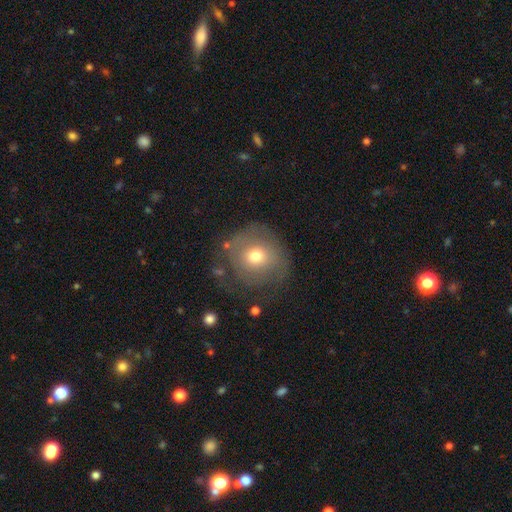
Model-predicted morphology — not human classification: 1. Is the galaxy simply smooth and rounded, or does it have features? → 61% smooth, 29% featured or disk, 10% star or artifact.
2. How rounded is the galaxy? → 88% round, 11% in between, 1% cigar-shaped.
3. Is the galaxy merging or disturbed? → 60% none, 21% minor disturbance, 16% major disturbance, 3% merger.